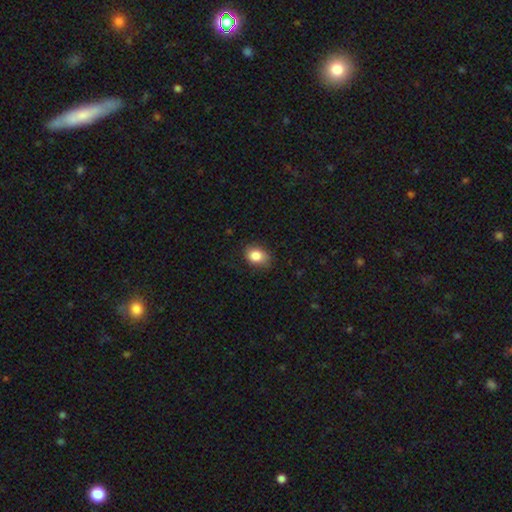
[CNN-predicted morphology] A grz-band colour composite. It shows a smooth galaxy with no disk features (85%) that is in between round and cigar-shaped (63%). Merging: none (75%).